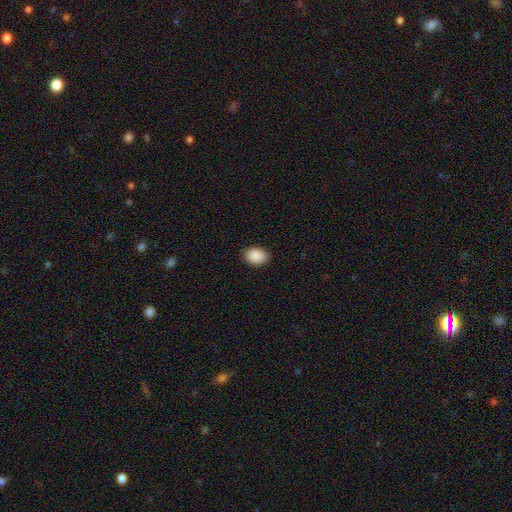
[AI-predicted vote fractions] This appears to be a smooth galaxy with no disk features (90%) that is in between round and cigar-shaped (72%). Merging: none (89%).